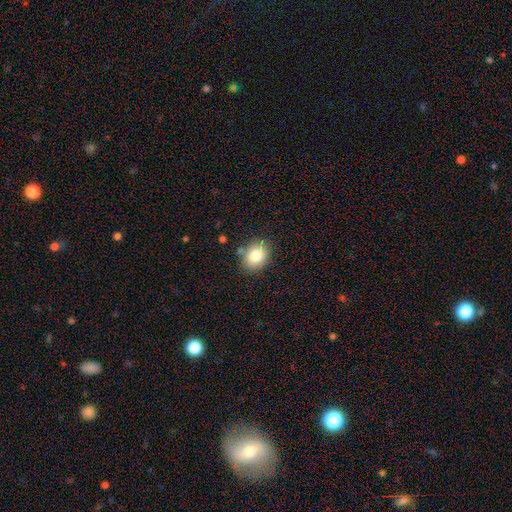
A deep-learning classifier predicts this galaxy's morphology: The model was most divided on "how rounded": in between: 60%, round: 39%, cigar-shaped: 1%. More confident: smooth or featured — smooth (81%); merging — none (80%).